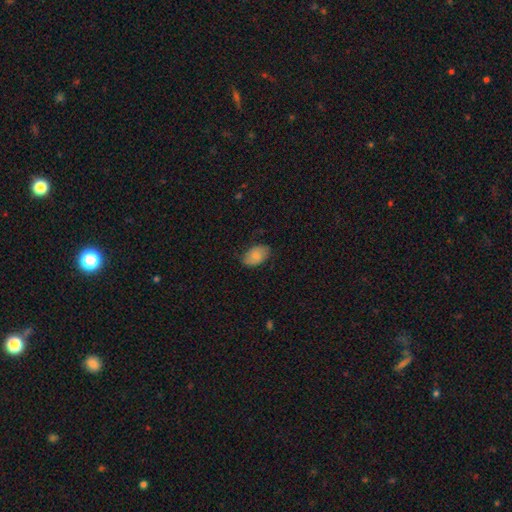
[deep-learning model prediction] Overall: smooth (79%). How rounded: in between (92%). Merging: none (78%).